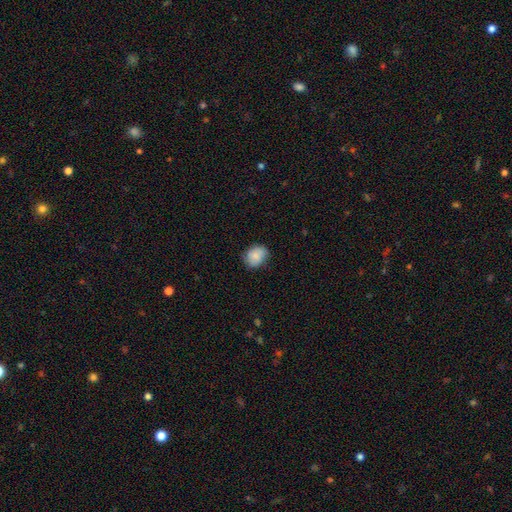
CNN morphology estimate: This is likely a smooth galaxy (78%). How rounded: possibly round (57%). Merging: likely none (73%).